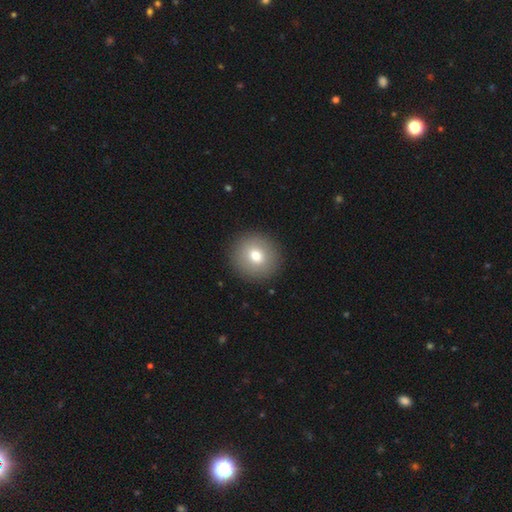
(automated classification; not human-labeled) Q: Smooth or featured?
A: smooth (75%); runner-up: featured or disk (15%)
Q: How rounded?
A: round (90%); runner-up: in between (9%)
Q: Merging?
A: none (91%); runner-up: minor disturbance (6%)